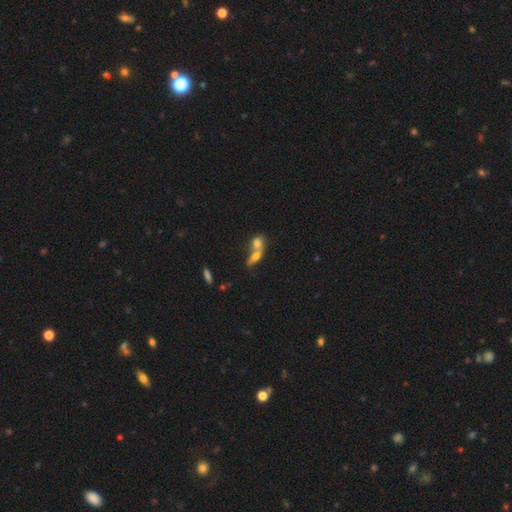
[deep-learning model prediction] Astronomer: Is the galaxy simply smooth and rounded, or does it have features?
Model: smooth — 65%.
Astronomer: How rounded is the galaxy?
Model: in between — 61%.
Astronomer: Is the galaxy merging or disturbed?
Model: merger — 74%.